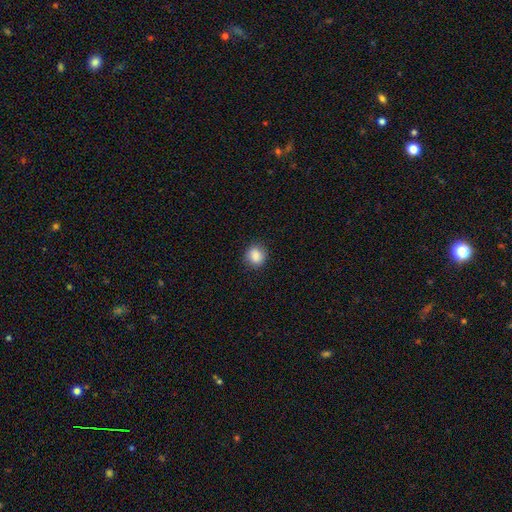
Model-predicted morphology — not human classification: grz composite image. It shows a smooth galaxy with no disk features (86%) that is round (76%). Merging: none (86%).